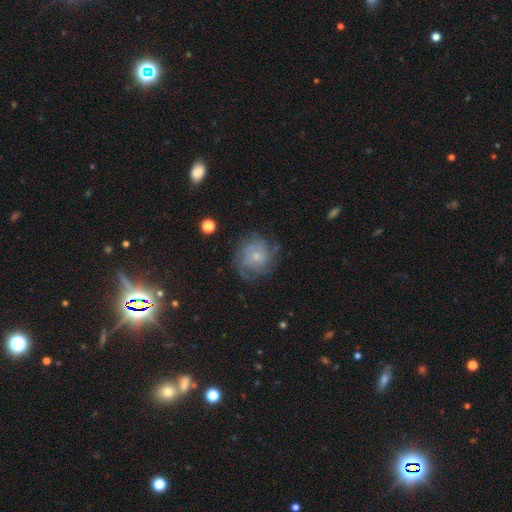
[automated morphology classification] smooth-or-featured: featured or disk: 52% | smooth: 38% | star or artifact: 10%
  disk-edge-on: no: 97% | yes: 3%
    bar: no: 85% | weak: 13% | strong: 2%
    has-spiral-arms: yes: 72% | no: 28%
    bulge-size: small: 69% | moderate: 25% | none: 3% | large: 2% | dominant: 1%
  merging: none: 63% | minor disturbance: 22% | major disturbance: 14% | merger: 2%